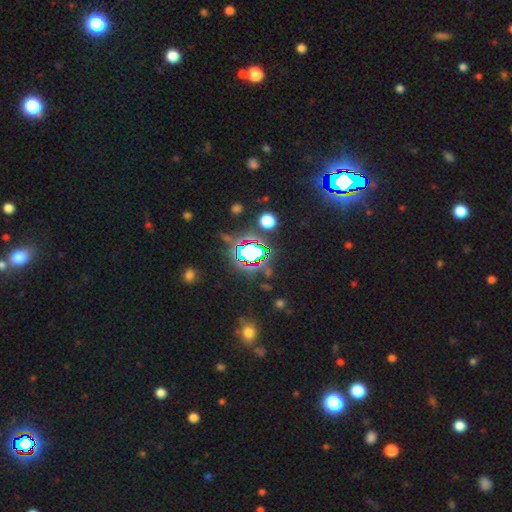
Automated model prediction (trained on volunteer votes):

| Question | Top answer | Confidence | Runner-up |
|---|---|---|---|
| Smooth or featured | star or artifact | 79% | smooth (13%) |